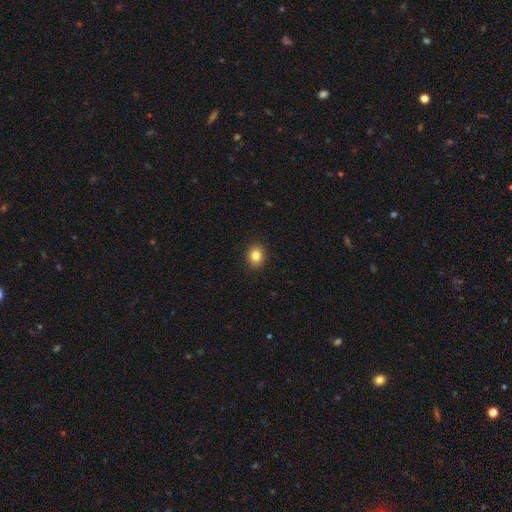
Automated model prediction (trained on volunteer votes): The model was most divided on "how rounded": round: 59%, in between: 40%, cigar-shaped: 1%. More confident: merging — none (91%); smooth or featured — smooth (84%).